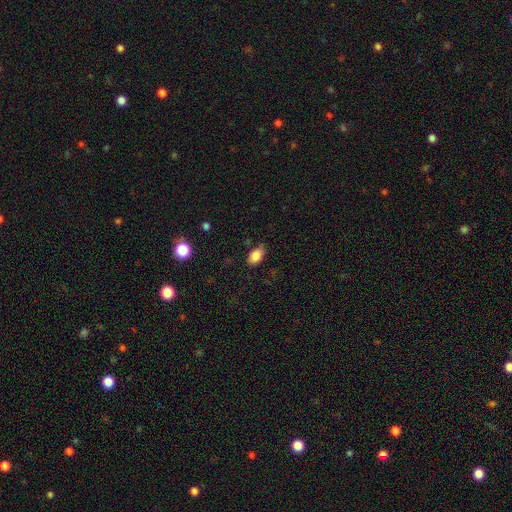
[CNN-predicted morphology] A smooth galaxy with no disk features (84%) that is in between round and cigar-shaped (89%). Merging: none (74%).